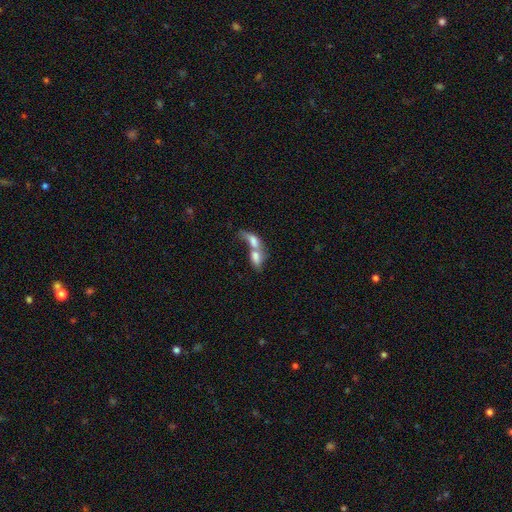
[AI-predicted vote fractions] smooth 68%, featured or disk 24%, star or artifact 9%. Down the decision tree: how rounded — in between (79%); merging — merger (79%).